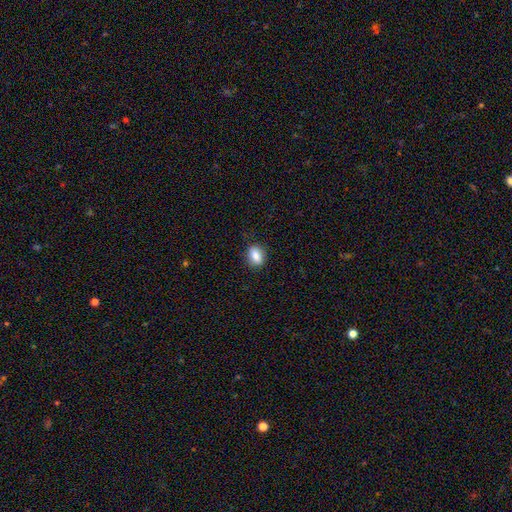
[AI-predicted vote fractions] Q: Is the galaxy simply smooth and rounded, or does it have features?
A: smooth — 86%.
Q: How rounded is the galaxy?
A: in between — 71%.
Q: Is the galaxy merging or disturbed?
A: none — 85%.